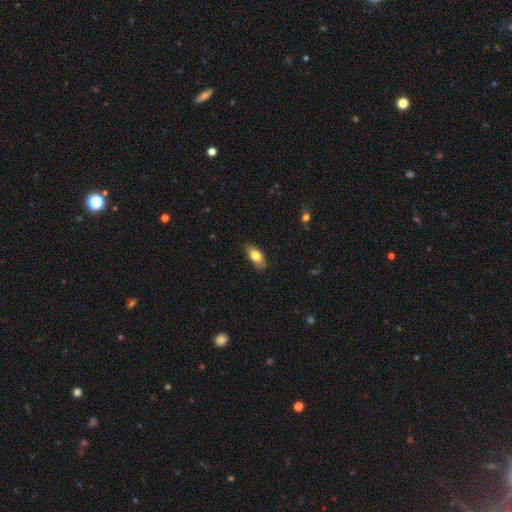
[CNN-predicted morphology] The model was most divided on "smooth or featured": smooth: 77%, featured or disk: 16%, star or artifact: 7%. More confident: how rounded — in between (86%); merging — none (80%).